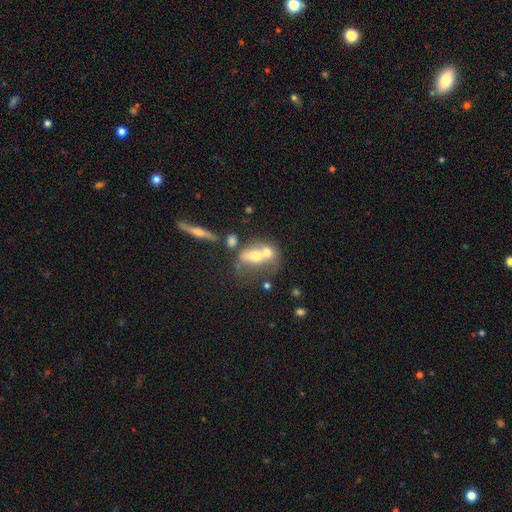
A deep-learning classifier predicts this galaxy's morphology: Smooth or featured? Predicted: smooth (p=0.53). How rounded? Predicted: in between (p=0.68). Merging? Predicted: merger (p=0.58).